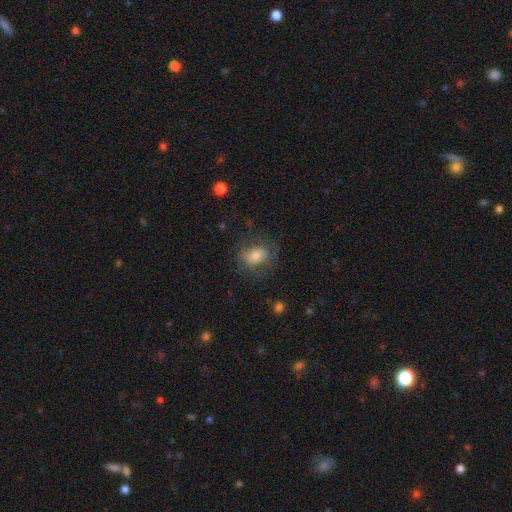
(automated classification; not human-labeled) Smooth or featured? smooth (67%)
How rounded? in between (63%)
Merging? none (67%)